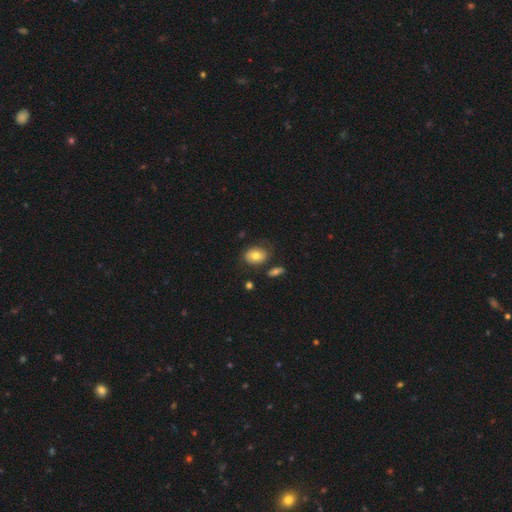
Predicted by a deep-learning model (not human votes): A smooth galaxy with no disk features (74%) that is in between round and cigar-shaped (61%). Merging: none (73%).